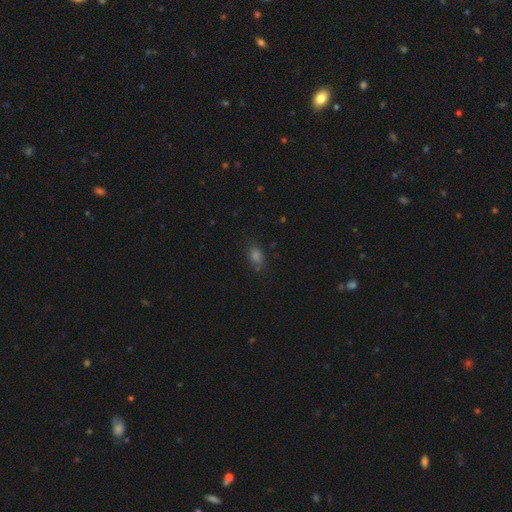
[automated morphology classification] The model was most divided on "smooth or featured": smooth: 69%, star or artifact: 23%, featured or disk: 8%. More confident: merging — none (79%); how rounded — in between (74%).